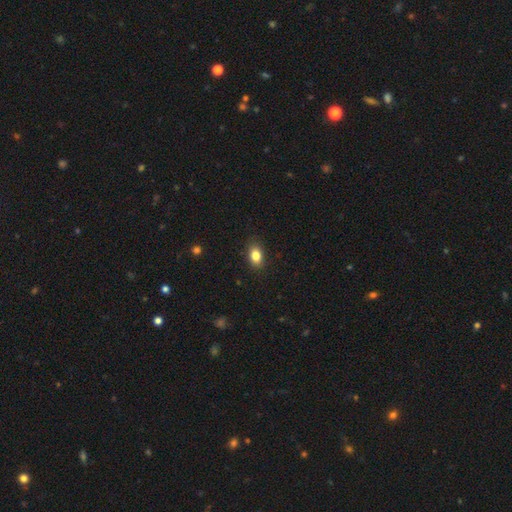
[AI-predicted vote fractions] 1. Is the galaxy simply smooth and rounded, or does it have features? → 84% smooth, 9% star or artifact, 7% featured or disk.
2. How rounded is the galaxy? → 82% in between, 17% round, 2% cigar-shaped.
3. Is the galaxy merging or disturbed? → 87% none, 10% minor disturbance, 2% major disturbance, 1% merger.